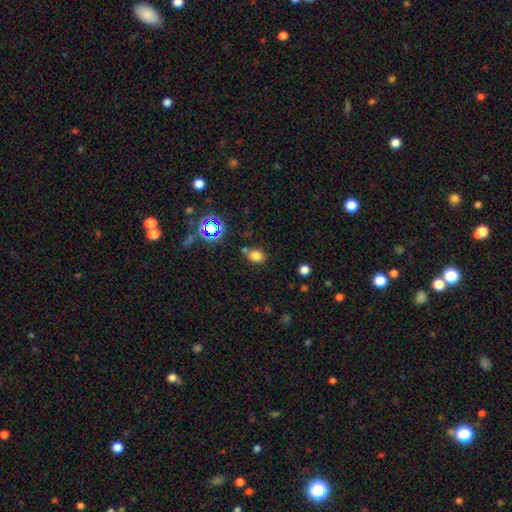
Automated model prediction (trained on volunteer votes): Overall: smooth (75%). How rounded: in between (58%; round 40%). Merging: none (72%).